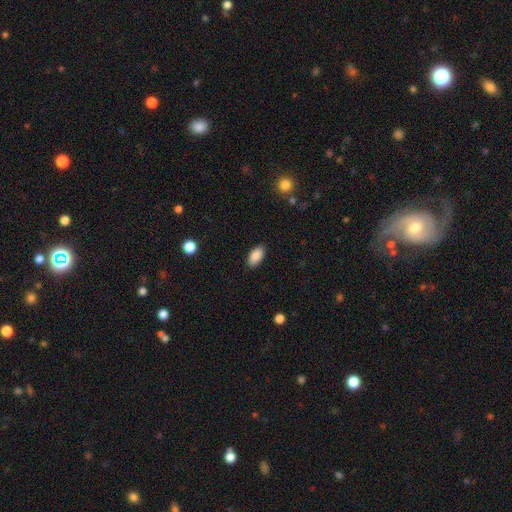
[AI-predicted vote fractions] Overall: smooth (89%). How rounded: in between (93%). Merging: none (88%).